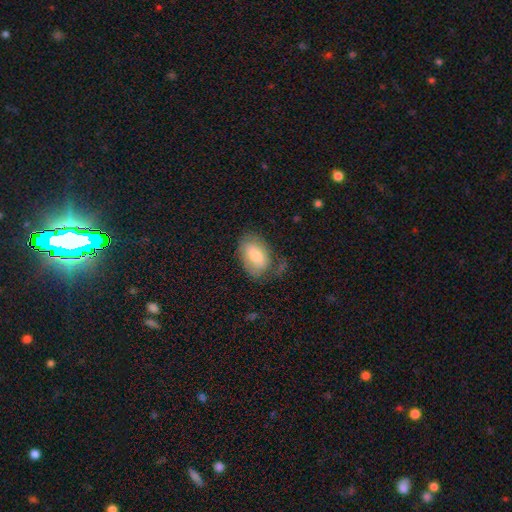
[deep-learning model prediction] The model was most divided on "merging": none: 51%, minor disturbance: 29%, major disturbance: 18%, merger: 2%. More confident: how rounded — in between (91%); smooth or featured — smooth (74%).